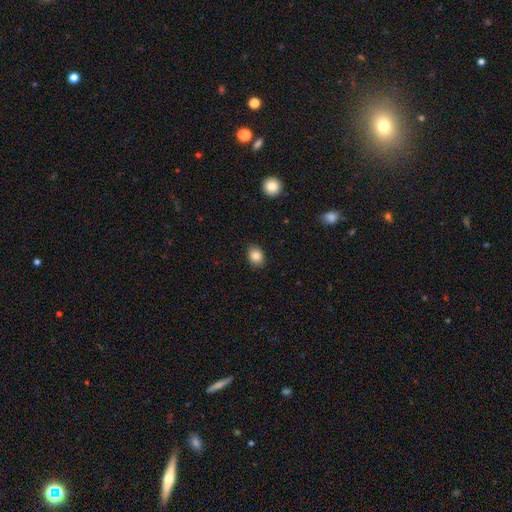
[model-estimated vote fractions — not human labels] Smooth or featured: smooth — 85% (star or artifact — 9%)
How rounded: in between — 57% (round — 42%)
Merging: none — 89% (minor disturbance — 8%)